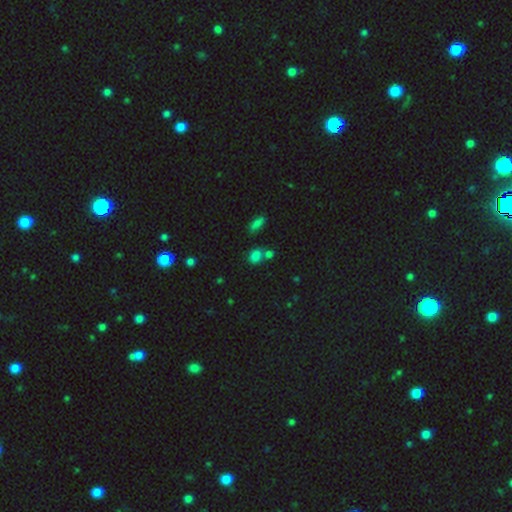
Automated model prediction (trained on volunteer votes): Smooth or featured? smooth (73%)
How rounded? in between (58%)
Merging? none (52%)